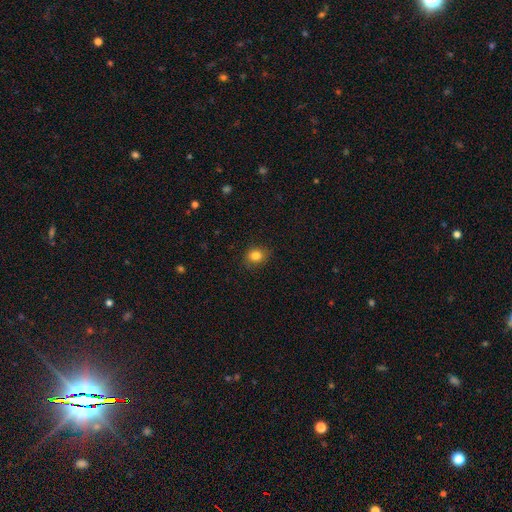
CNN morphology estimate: smooth_or_featured: smooth (p=0.83) [alt: star or artifact p=0.11]
how_rounded: round (p=0.68) [alt: in between p=0.32]
merging: none (p=0.85) [alt: minor disturbance p=0.11]